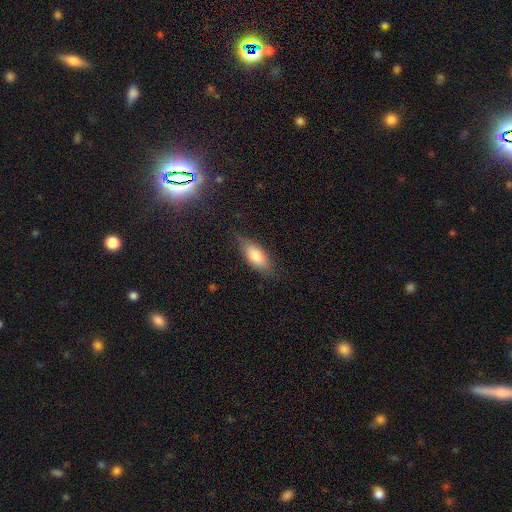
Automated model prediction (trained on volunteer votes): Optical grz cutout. It shows a smooth galaxy with no disk features (76%) that is in between round and cigar-shaped (80%). Merging: none (74%).